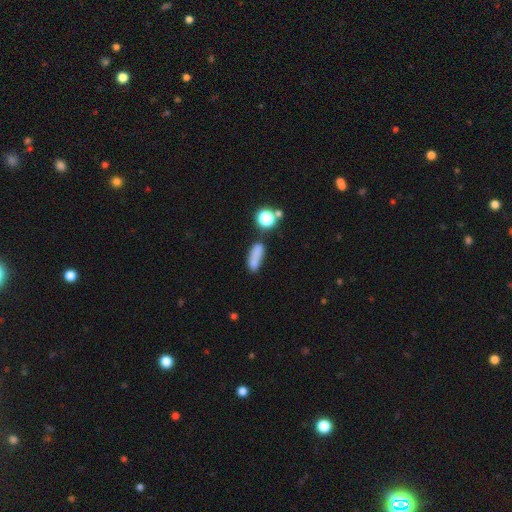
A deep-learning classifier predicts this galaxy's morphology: Smooth or featured?
  - smooth: 75% *
  - star or artifact: 14%
  - featured or disk: 11%
How rounded?
  - in between: 55% *
  - cigar-shaped: 37%
  - round: 8%
Merging?
  - none: 56% *
  - minor disturbance: 19%
  - merger: 16%
  - major disturbance: 9%